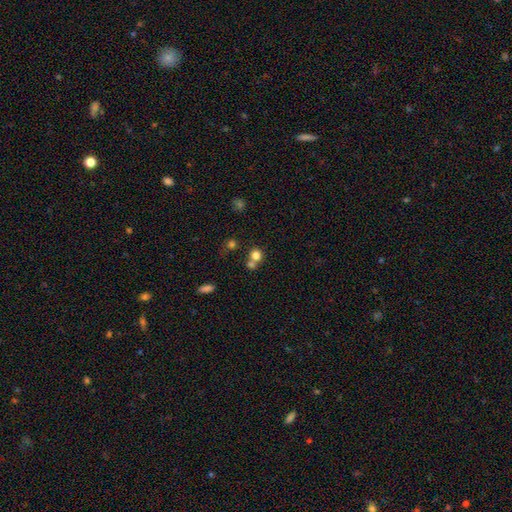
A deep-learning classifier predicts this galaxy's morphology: A smooth galaxy with no disk features (77%) that is round (85%).

Vote fractions:
- Smooth or featured? smooth: 77% / star or artifact: 13% / featured or disk: 9%
- How rounded? round: 85% / in between: 14% / cigar-shaped: 1%
- Merging? none: 46% / merger: 45% / minor disturbance: 6% / major disturbance: 3%